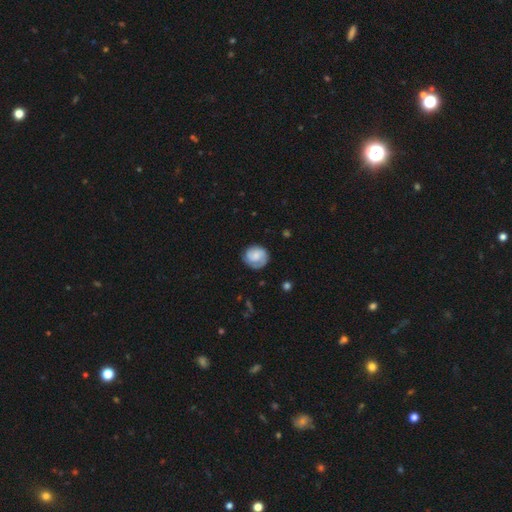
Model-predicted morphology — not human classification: A featured or disk galaxy (52%) with no bar (65%), spiral arms (88%) and a small central bulge (40%).

Vote fractions:
- Smooth or featured? featured or disk: 52% / smooth: 42% / star or artifact: 6%
- Edge-on disk? no: 98% / yes: 2%
- Bar? no: 65% / weak: 30% / strong: 5%
- Spiral arms? yes: 88% / no: 12%
- Bulge size? small: 40% / moderate: 30% / none: 19% / large: 8% / dominant: 2%
- Merging? none: 74% / minor disturbance: 18% / major disturbance: 6% / merger: 1%